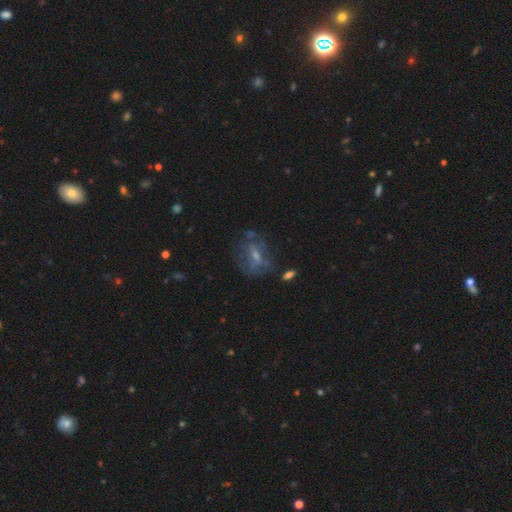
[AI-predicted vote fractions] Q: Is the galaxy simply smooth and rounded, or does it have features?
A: featured or disk — 53%.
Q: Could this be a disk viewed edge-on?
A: no — 90%.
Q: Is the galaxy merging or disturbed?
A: none — 57%.